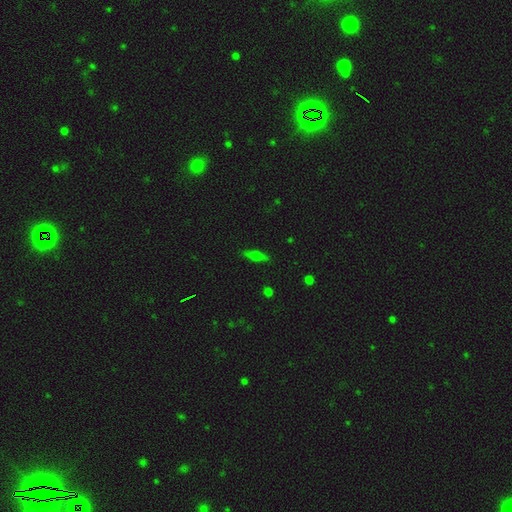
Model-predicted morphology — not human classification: Q: Smooth or featured?
A: smooth (50%); runner-up: featured or disk (39%)
Q: Merging?
A: none (87%); runner-up: minor disturbance (10%)